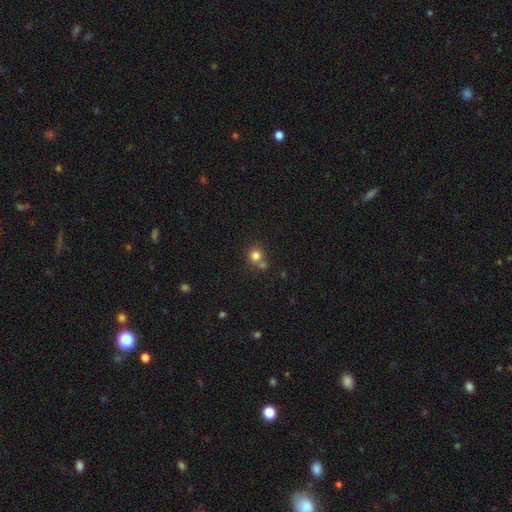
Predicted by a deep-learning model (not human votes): This appears to be a smooth galaxy with no disk features (80%) that is round (89%). Merging: none (60%).